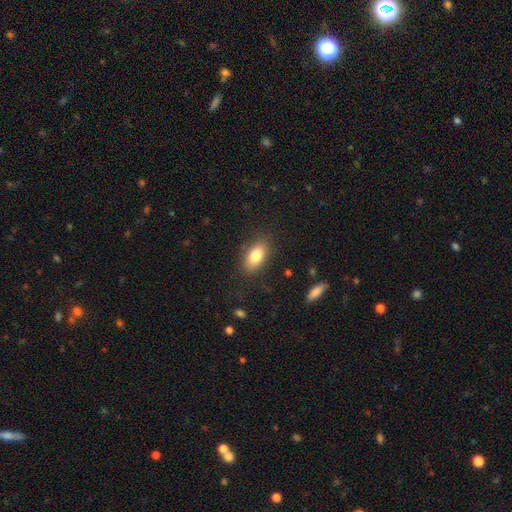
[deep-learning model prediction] This is clearly a smooth galaxy (81%). How rounded: clearly in between (89%). Merging: clearly none (84%).